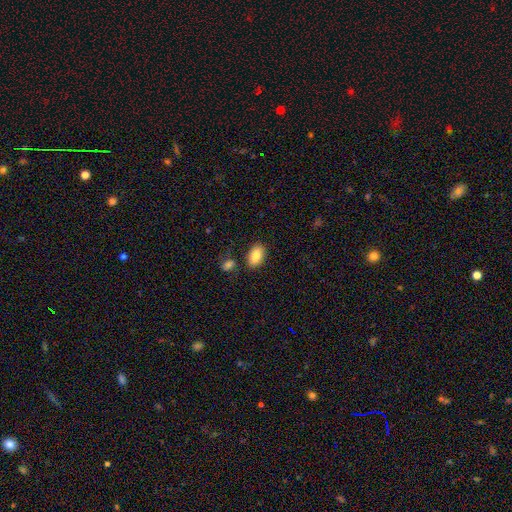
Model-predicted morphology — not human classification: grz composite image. It shows a smooth galaxy with no disk features (86%) that is in between round and cigar-shaped (92%). Merging: none (83%).